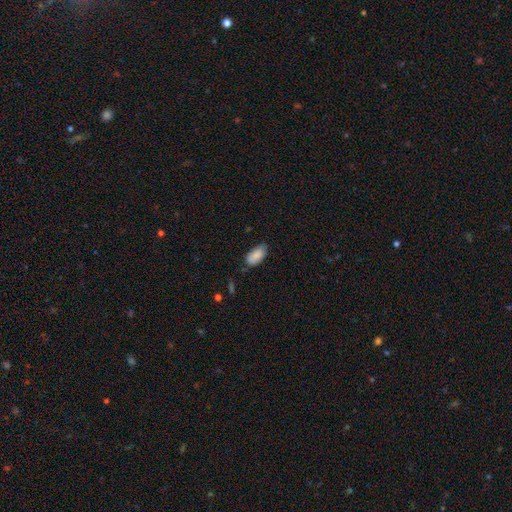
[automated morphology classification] Smooth or featured?
  - smooth: 88% *
  - star or artifact: 7%
  - featured or disk: 5%
How rounded?
  - in between: 93% *
  - cigar-shaped: 4%
  - round: 2%
Merging?
  - none: 73% *
  - minor disturbance: 22%
  - major disturbance: 3%
  - merger: 2%